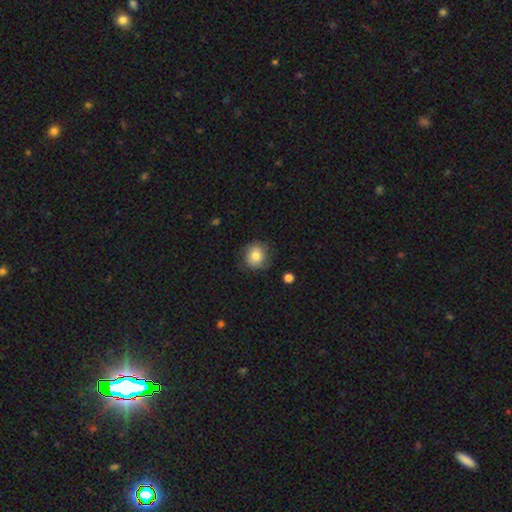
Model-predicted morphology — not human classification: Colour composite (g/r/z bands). It shows a smooth galaxy with no disk features (75%) that is round (84%). Merging: none (74%).